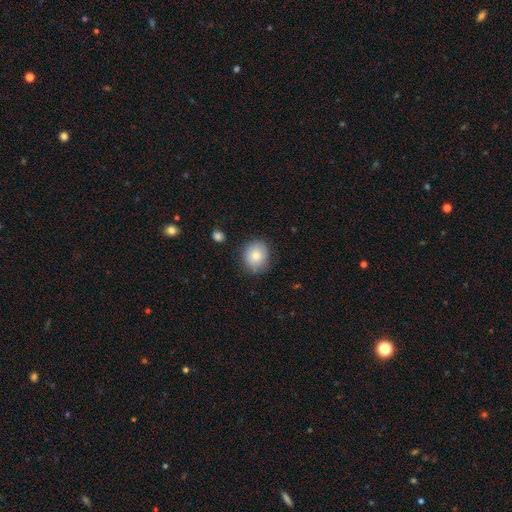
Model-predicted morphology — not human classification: smooth 81%, featured or disk 10%, star or artifact 8%. Down the decision tree: how rounded — round (82%); merging — none (84%).